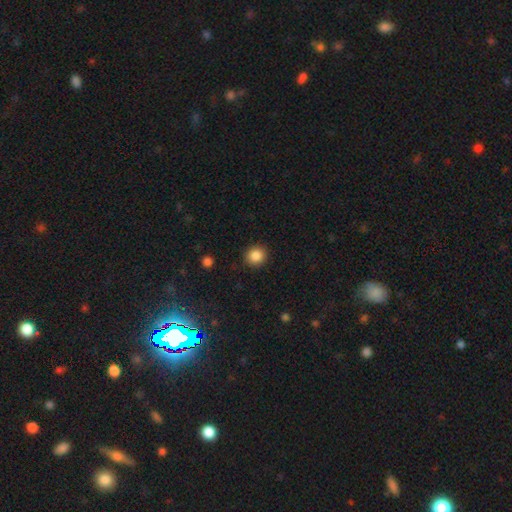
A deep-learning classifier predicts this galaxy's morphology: A smooth galaxy with no disk features (86%) that is round (90%). Merging: none (91%).